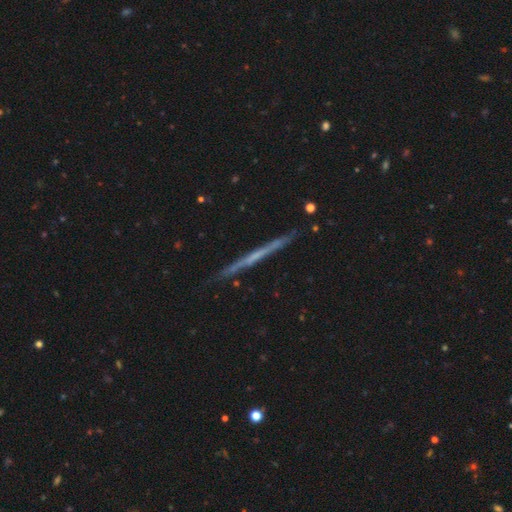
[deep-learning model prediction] This is likely a featured or disk galaxy (63%). It is clearly viewed edge-on (97%). Edge-on bulge: clearly none (86%). Merging: clearly none (89%).